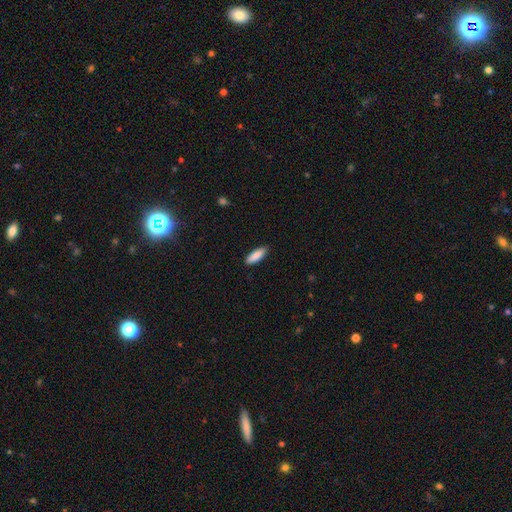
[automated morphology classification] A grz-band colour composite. It shows a smooth galaxy with no disk features (87%) that is cigar-shaped (50%). Merging: none (88%).